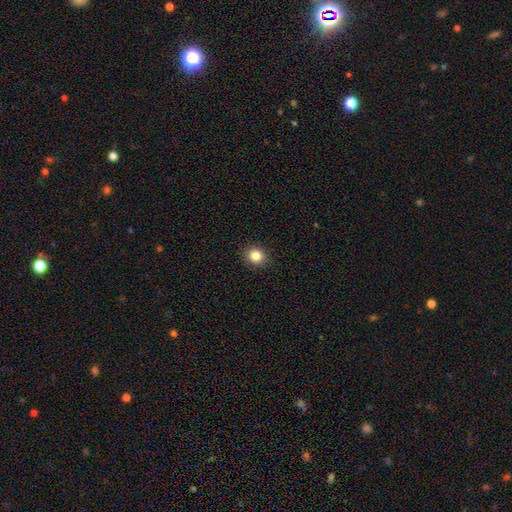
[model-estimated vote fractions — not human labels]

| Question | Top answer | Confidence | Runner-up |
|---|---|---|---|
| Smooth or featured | smooth | 84% | star or artifact (11%) |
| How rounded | round | 82% | in between (17%) |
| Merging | none | 91% | minor disturbance (6%) |